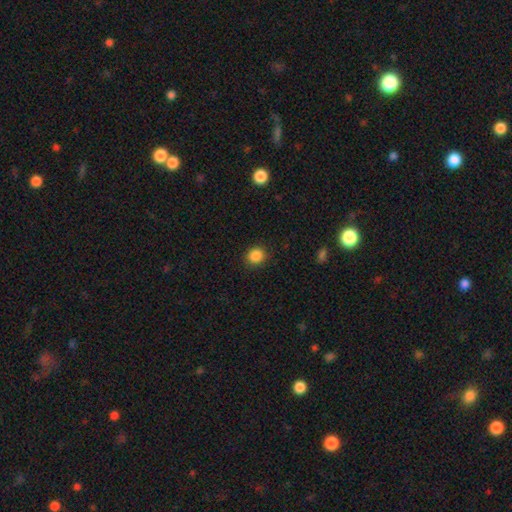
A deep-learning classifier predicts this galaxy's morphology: smooth 87%, star or artifact 10%, featured or disk 3%. Down the decision tree: how rounded — round (83%); merging — none (89%).